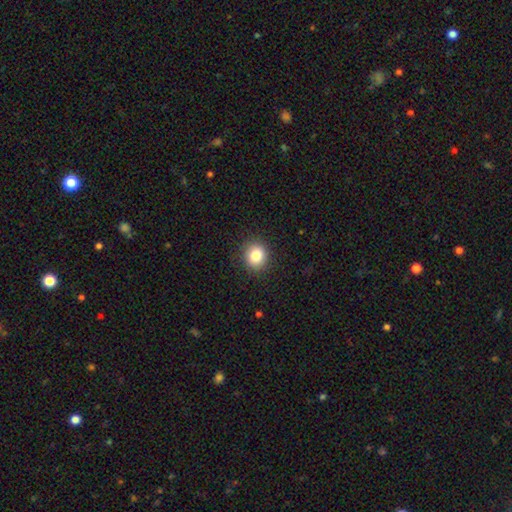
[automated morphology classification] Smooth or featured? Predicted: smooth (p=0.83). How rounded? Predicted: round (p=0.81). Merging? Predicted: none (p=0.90).